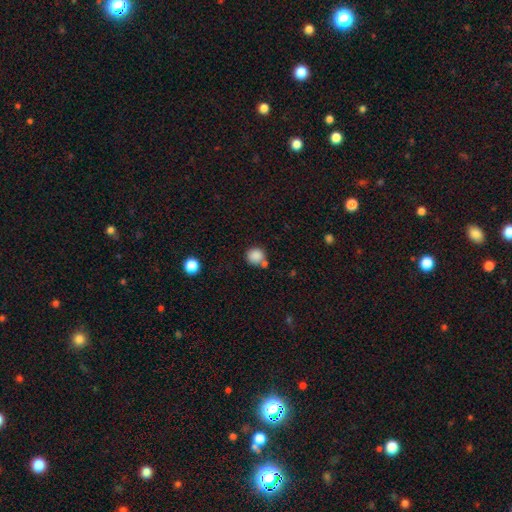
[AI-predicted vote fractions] Smooth or featured? Predicted: smooth (p=0.86). How rounded? Predicted: round (p=0.89). Merging? Predicted: none (p=0.65).